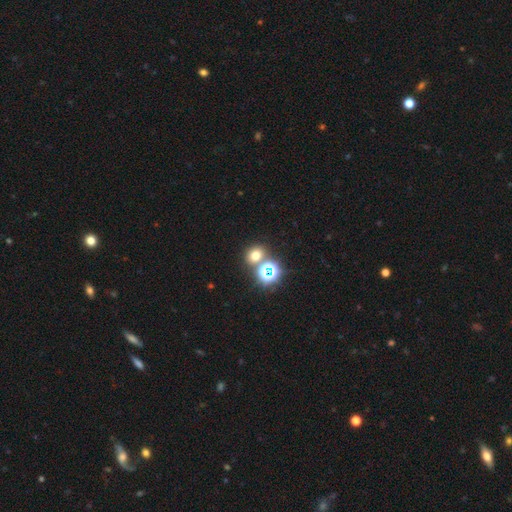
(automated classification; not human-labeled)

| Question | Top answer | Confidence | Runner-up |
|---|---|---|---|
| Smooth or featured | smooth | 62% | star or artifact (30%) |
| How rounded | round | 74% | in between (25%) |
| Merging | none | 70% | merger (19%) |